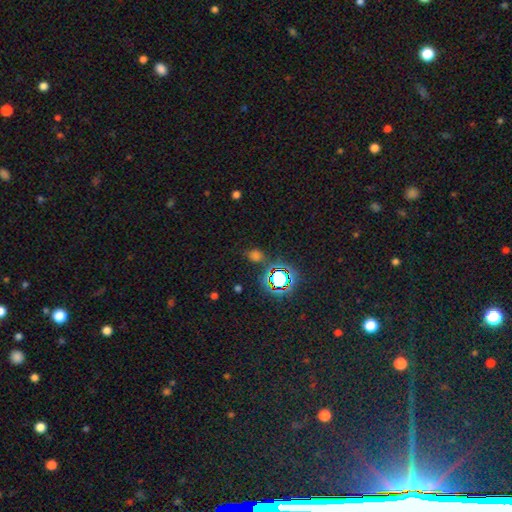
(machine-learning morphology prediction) smooth_or_featured: smooth (p=0.47) [alt: star or artifact p=0.46]
merging: none (p=0.75) [alt: minor disturbance p=0.12]